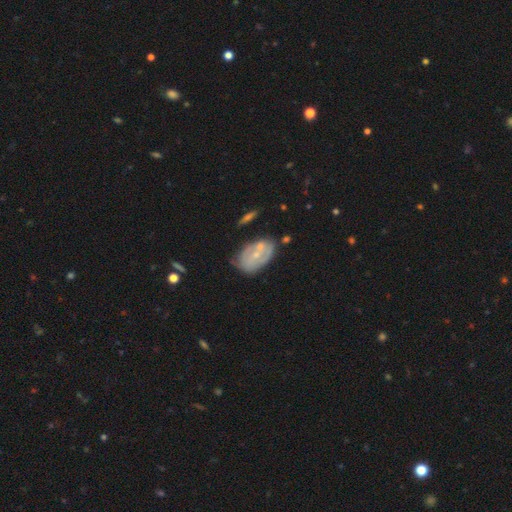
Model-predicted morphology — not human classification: Smooth or featured: featured or disk — 56% (smooth — 36%)
Edge-on disk: no — 93% (yes — 7%)
Bar: no — 65% (weak — 28%)
Spiral arms: no — 54% (yes — 46%)
Bulge size: small — 71% (moderate — 22%)
Merging: none — 50% (minor disturbance — 26%)